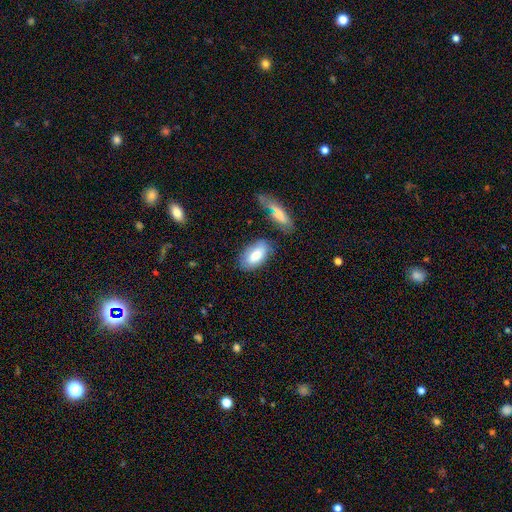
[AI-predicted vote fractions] smooth-or-featured: smooth: 79% | featured or disk: 14% | star or artifact: 6%
  how-rounded: in between: 92% | cigar-shaped: 4% | round: 3%
  merging: none: 72% | minor disturbance: 16% | merger: 8% | major disturbance: 4%